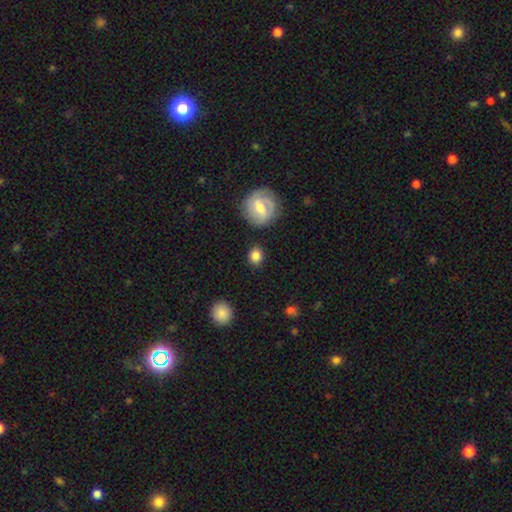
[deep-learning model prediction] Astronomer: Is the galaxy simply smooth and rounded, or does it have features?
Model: smooth — 84%.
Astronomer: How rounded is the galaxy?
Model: round — 73%.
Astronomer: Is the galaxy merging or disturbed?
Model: none — 84%.